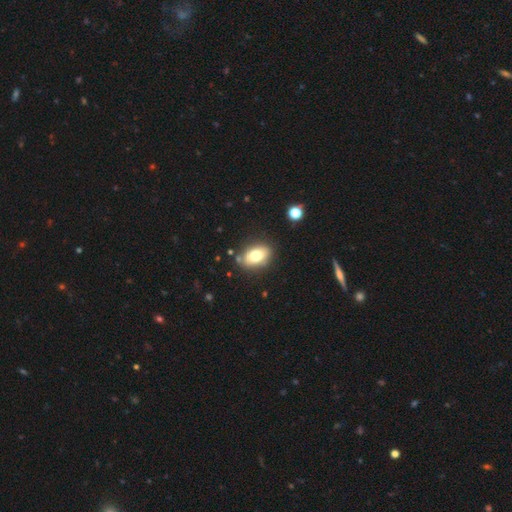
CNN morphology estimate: This appears to be a smooth galaxy with no disk features (76%) that is in between round and cigar-shaped (84%). Merging: none (80%).